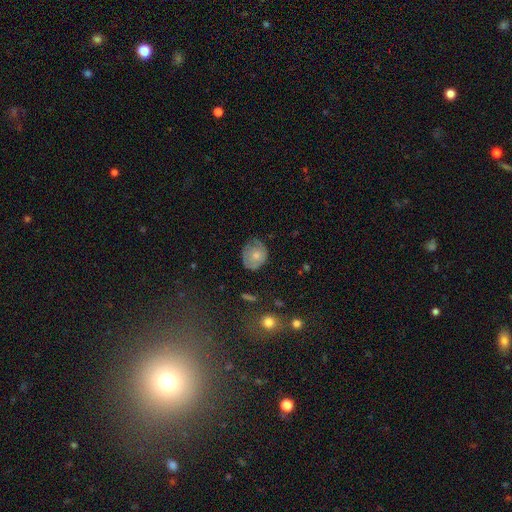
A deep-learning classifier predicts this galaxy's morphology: Smooth or featured? smooth (57%)
How rounded? round (64%)
Merging? none (58%)